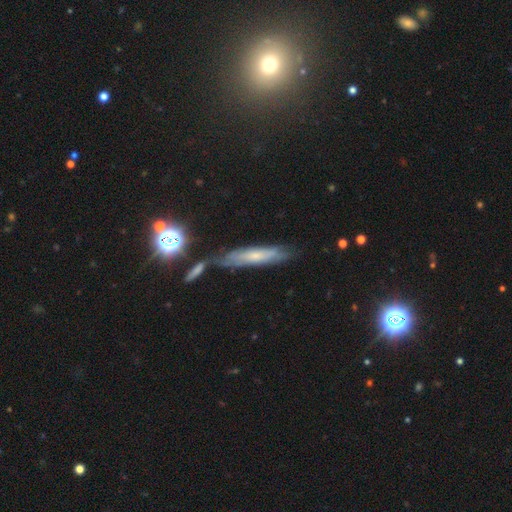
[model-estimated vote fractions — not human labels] This is possibly a smooth galaxy (46%). Merging: likely none (65%).